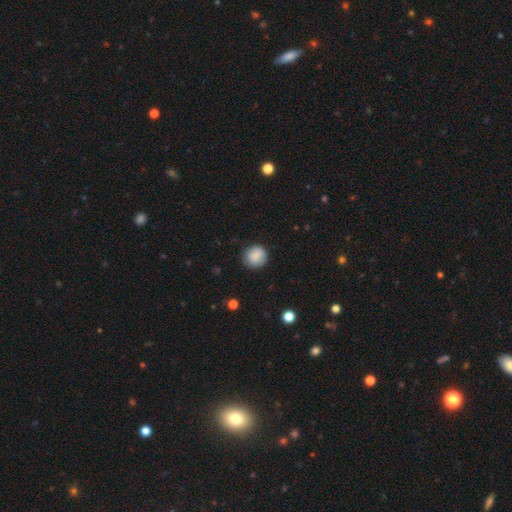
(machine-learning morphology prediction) Q: Smooth or featured?
A: smooth (86%); runner-up: star or artifact (8%)
Q: How rounded?
A: round (89%); runner-up: in between (10%)
Q: Merging?
A: none (86%); runner-up: minor disturbance (10%)